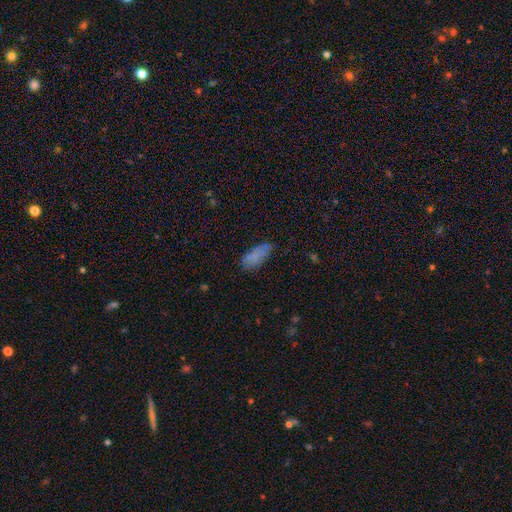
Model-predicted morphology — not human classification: This appears to be a smooth galaxy with no disk features (75%) that is in between round and cigar-shaped (84%). Merging: none (64%).